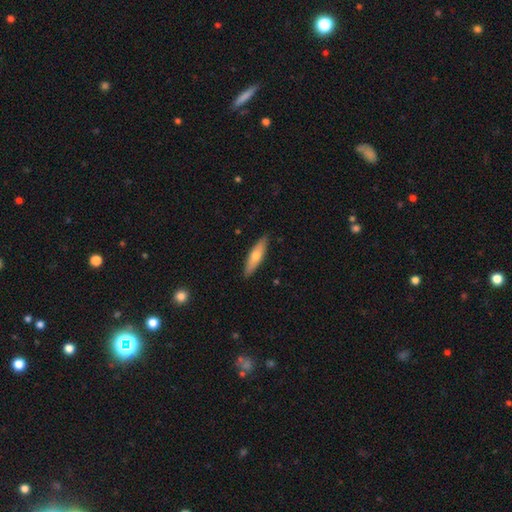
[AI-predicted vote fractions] Smooth or featured? smooth (60%)
How rounded? cigar-shaped (68%)
Merging? none (89%)